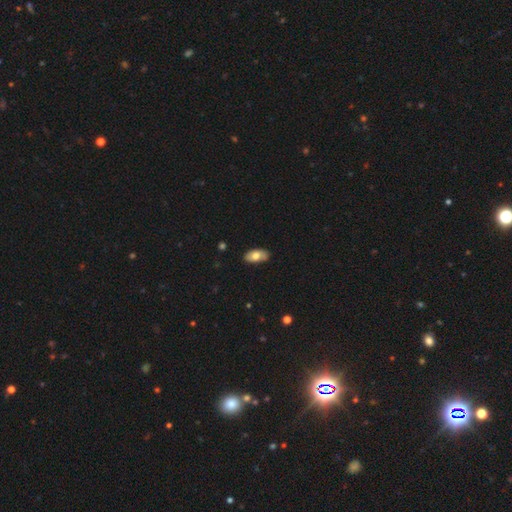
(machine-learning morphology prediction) smooth 69%, featured or disk 25%, star or artifact 6%. Down the decision tree: how rounded — in between (93%); merging — none (83%).